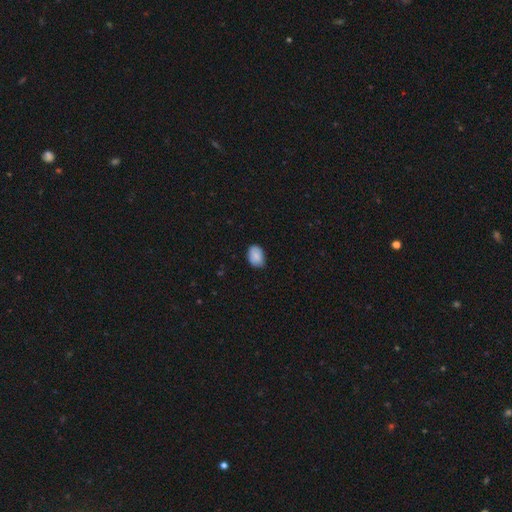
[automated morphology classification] Smooth or featured?
  - smooth: 86% *
  - star or artifact: 7%
  - featured or disk: 7%
How rounded?
  - in between: 78% *
  - round: 21%
  - cigar-shaped: 1%
Merging?
  - none: 76% *
  - minor disturbance: 20%
  - major disturbance: 3%
  - merger: 1%